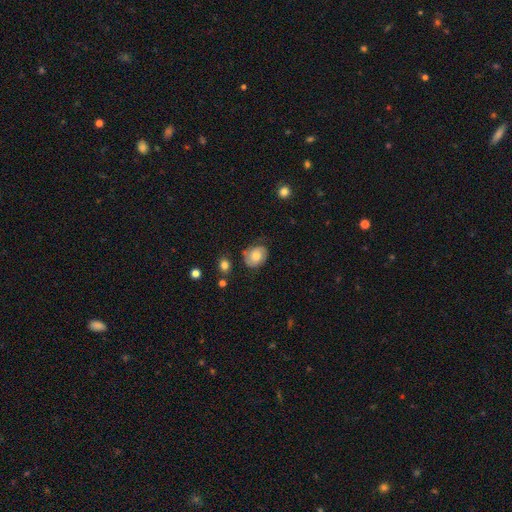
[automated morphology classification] Smooth or featured? smooth (55%)
How rounded? in between (53%)
Merging? none (66%)